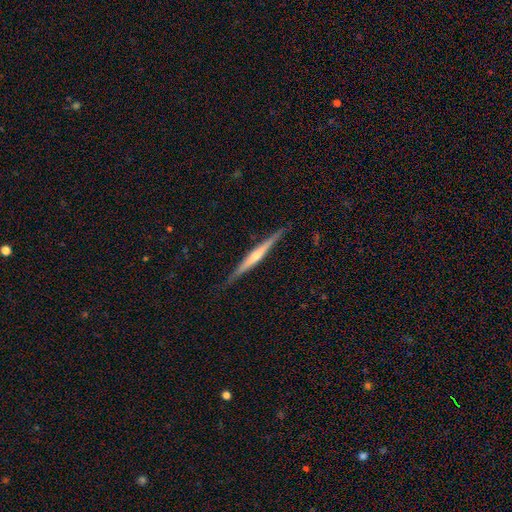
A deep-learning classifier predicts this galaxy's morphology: smooth_or_featured: featured or disk (p=0.75) [alt: smooth p=0.20]
disk_edge_on: yes (p=0.98) [alt: no p=0.02]
edge_on_bulge: rounded (p=0.63) [alt: none p=0.27]
merging: none (p=0.88) [alt: minor disturbance p=0.09]